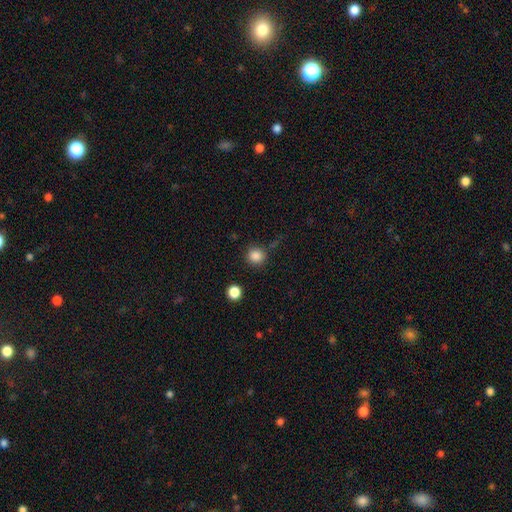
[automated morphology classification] A smooth galaxy with no disk features (85%) that is round (91%).

Vote fractions:
- Smooth or featured? smooth: 85% / star or artifact: 11% / featured or disk: 4%
- How rounded? round: 91% / in between: 8% / cigar-shaped: 1%
- Merging? none: 80% / minor disturbance: 11% / major disturbance: 4% / merger: 4%